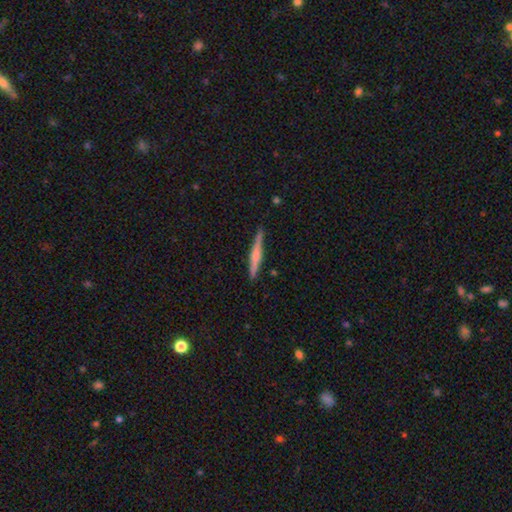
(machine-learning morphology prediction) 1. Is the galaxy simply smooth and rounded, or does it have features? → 60% featured or disk, 34% smooth, 6% star or artifact.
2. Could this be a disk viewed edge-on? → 98% yes, 2% no.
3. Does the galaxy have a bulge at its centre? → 67% rounded, 17% boxy, 16% none.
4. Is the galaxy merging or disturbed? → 89% none, 8% minor disturbance, 1% major disturbance, 1% merger.